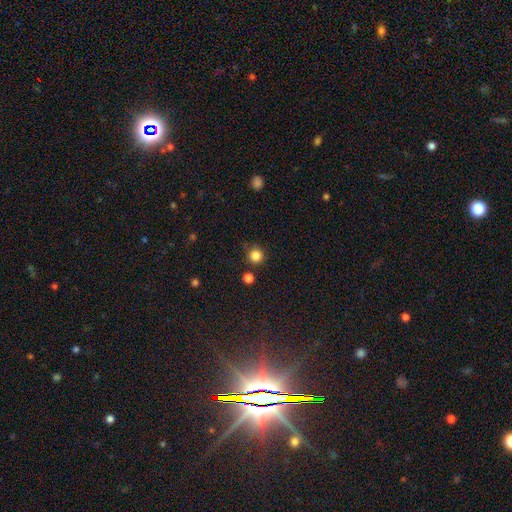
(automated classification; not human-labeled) Overall: smooth (84%). How rounded: round (95%). Merging: none (85%).